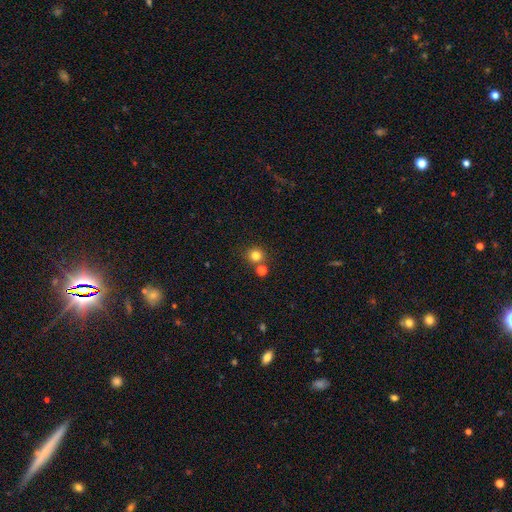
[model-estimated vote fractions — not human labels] This appears to be a smooth galaxy with no disk features (80%) that is round (89%). Merging: none (74%).